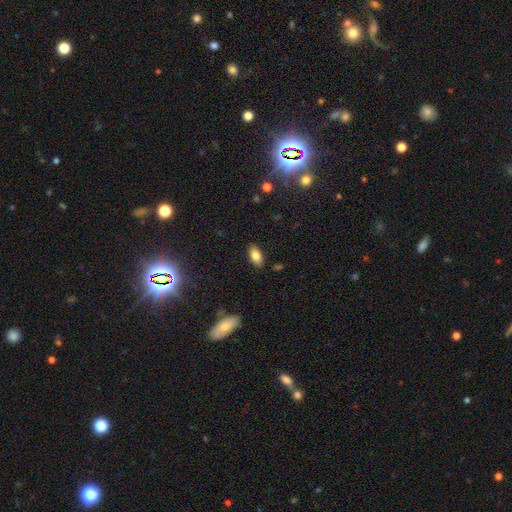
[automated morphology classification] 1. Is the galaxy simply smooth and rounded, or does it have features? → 80% smooth, 12% featured or disk, 8% star or artifact.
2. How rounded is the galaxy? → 92% in between, 5% cigar-shaped, 3% round.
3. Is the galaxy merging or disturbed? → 87% none, 10% minor disturbance, 2% major disturbance, 1% merger.